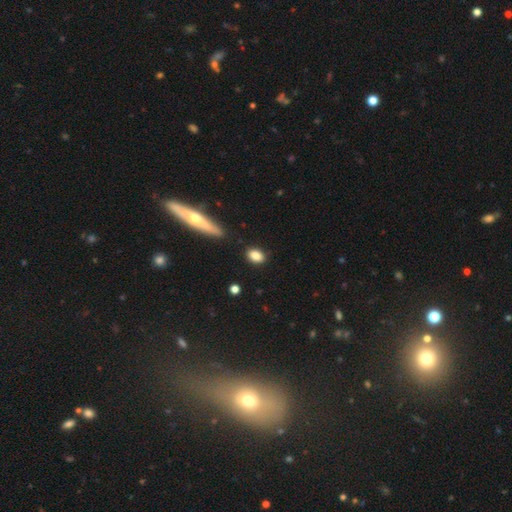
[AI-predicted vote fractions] Smooth or featured? Predicted: smooth (p=0.85). How rounded? Predicted: in between (p=0.76). Merging? Predicted: none (p=0.84).